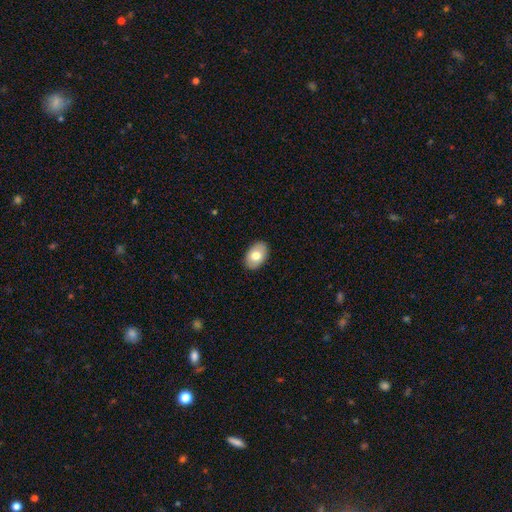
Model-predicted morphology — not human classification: type=smooth (72%); roundness=in between (87%); merging=none (88%).